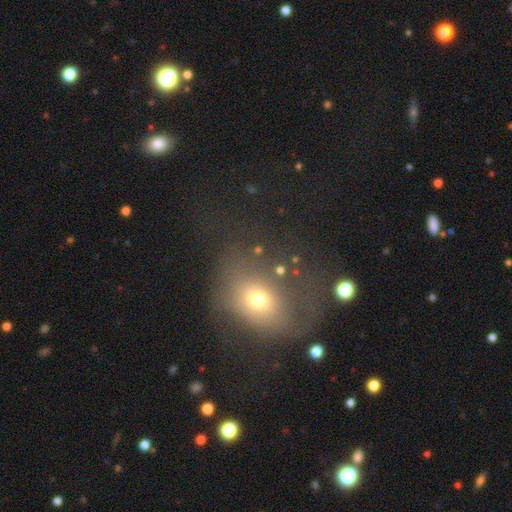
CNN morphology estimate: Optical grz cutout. It shows a smooth galaxy with no disk features (58%) that is round (55%). Merging: none (43%).